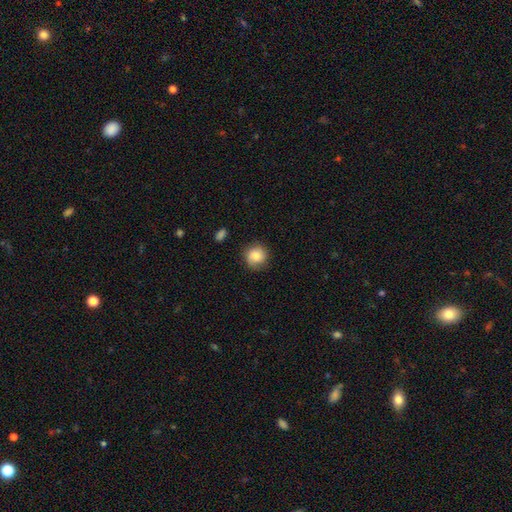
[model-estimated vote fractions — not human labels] Q: Smooth or featured?
A: smooth (84%); runner-up: star or artifact (8%)
Q: How rounded?
A: round (90%); runner-up: in between (9%)
Q: Merging?
A: none (83%); runner-up: minor disturbance (12%)